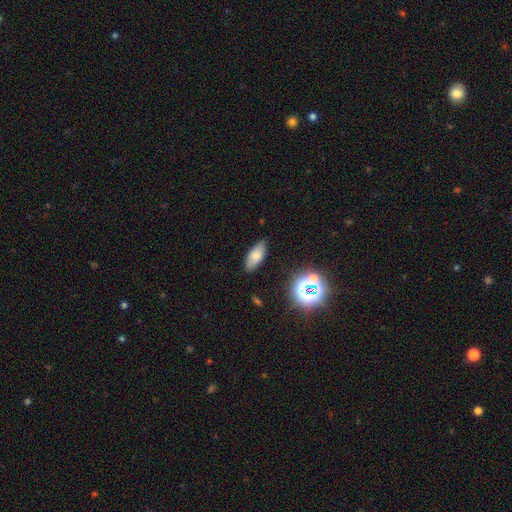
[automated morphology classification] Smooth or featured? Predicted: smooth (p=0.73). How rounded? Predicted: in between (p=0.85). Merging? Predicted: none (p=0.83).